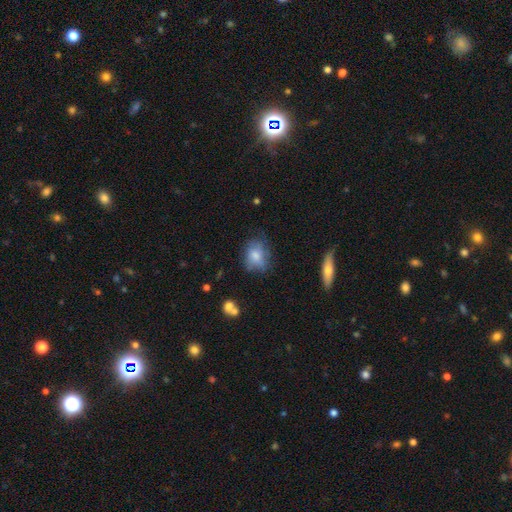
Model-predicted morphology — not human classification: A smooth galaxy with no disk features (72%) that is in between round and cigar-shaped (61%).

Vote fractions:
- Smooth or featured? smooth: 72% / featured or disk: 20% / star or artifact: 8%
- How rounded? in between: 61% / round: 37% / cigar-shaped: 2%
- Merging? none: 61% / minor disturbance: 27% / major disturbance: 10% / merger: 3%